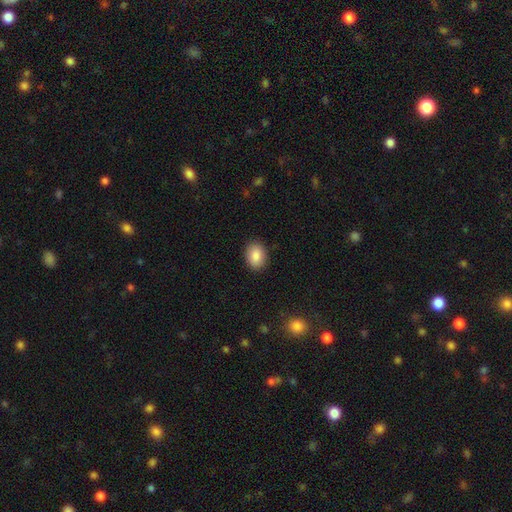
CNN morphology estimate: Smooth or featured?
  - smooth: 88% *
  - star or artifact: 7%
  - featured or disk: 5%
How rounded?
  - in between: 73% *
  - round: 26%
  - cigar-shaped: 1%
Merging?
  - none: 89% *
  - minor disturbance: 8%
  - major disturbance: 2%
  - merger: 1%